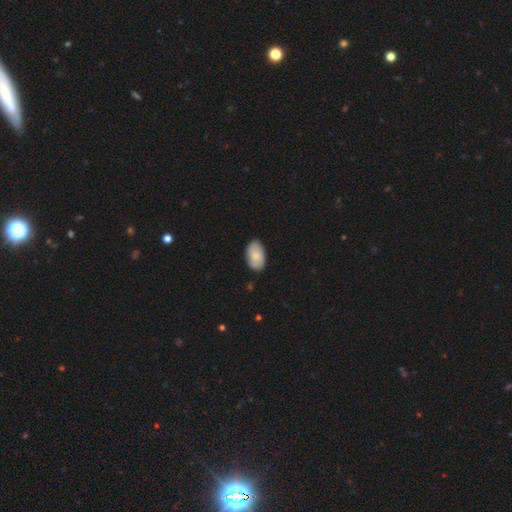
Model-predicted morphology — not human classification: Q: Smooth or featured?
A: smooth (85%); runner-up: featured or disk (9%)
Q: How rounded?
A: in between (94%); runner-up: round (5%)
Q: Merging?
A: none (86%); runner-up: minor disturbance (11%)